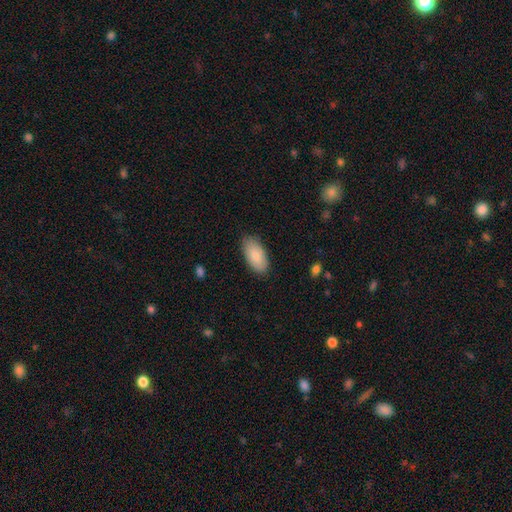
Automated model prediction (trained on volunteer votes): Smooth or featured? smooth (86%)
How rounded? in between (94%)
Merging? none (83%)